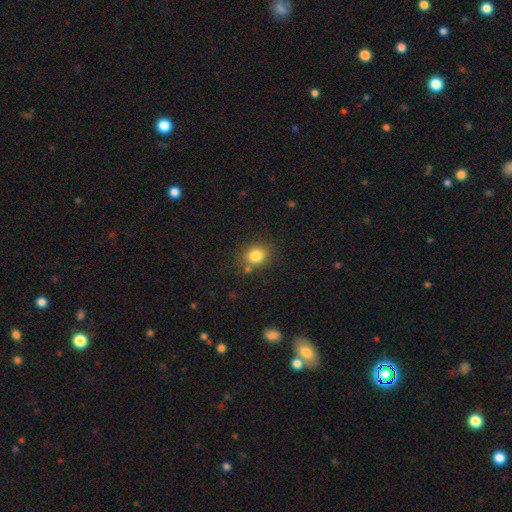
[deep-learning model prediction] Overall: smooth (82%). How rounded: round (65%; in between 34%). Merging: none (76%).